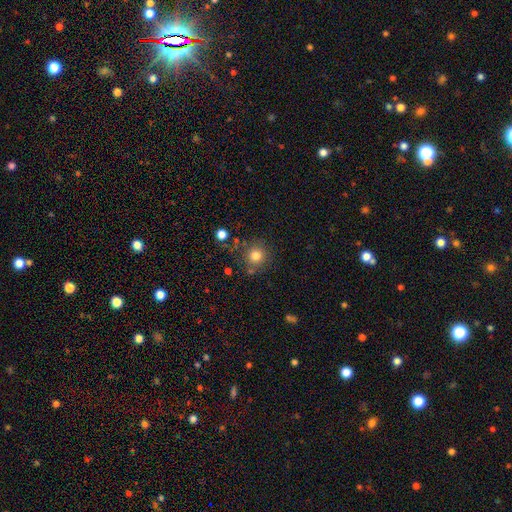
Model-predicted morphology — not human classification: Smooth or featured: smooth — 79% (star or artifact — 13%)
How rounded: round — 92% (in between — 7%)
Merging: none — 79% (minor disturbance — 11%)